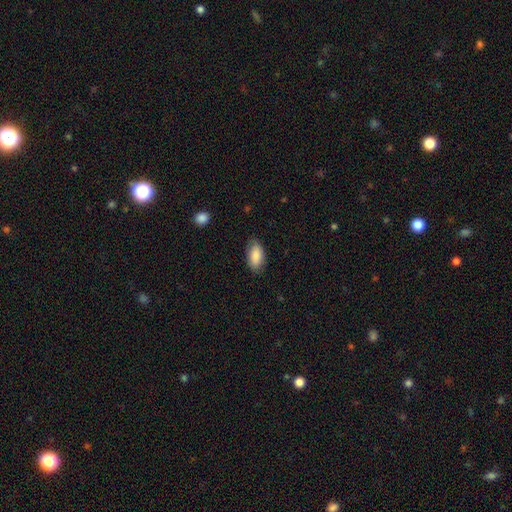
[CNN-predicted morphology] smooth_or_featured: smooth (p=0.87) [alt: featured or disk p=0.07]
how_rounded: in between (p=0.94) [alt: cigar-shaped p=0.04]
merging: none (p=0.81) [alt: minor disturbance p=0.15]